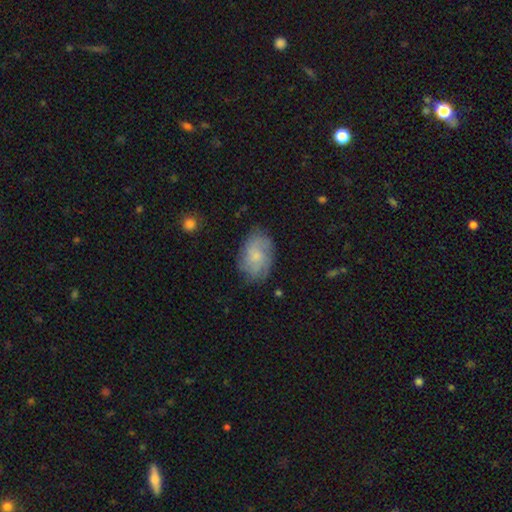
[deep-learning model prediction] Smooth or featured? Predicted: featured or disk (p=0.50). Merging? Predicted: none (p=0.73).